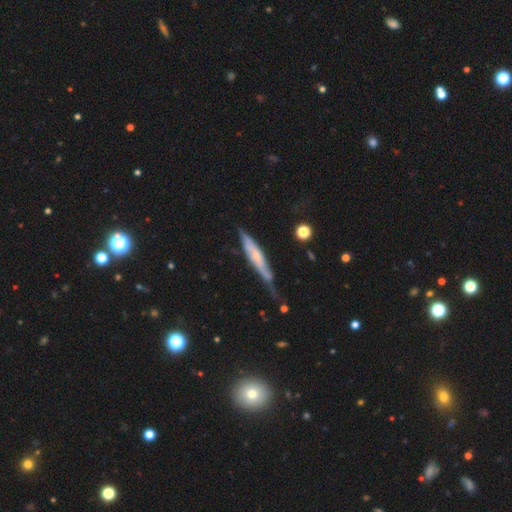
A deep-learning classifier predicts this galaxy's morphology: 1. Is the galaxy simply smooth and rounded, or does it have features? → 59% featured or disk, 35% smooth, 6% star or artifact.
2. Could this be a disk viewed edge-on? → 71% yes, 29% no.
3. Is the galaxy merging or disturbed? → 49% none, 34% minor disturbance, 13% major disturbance, 4% merger.